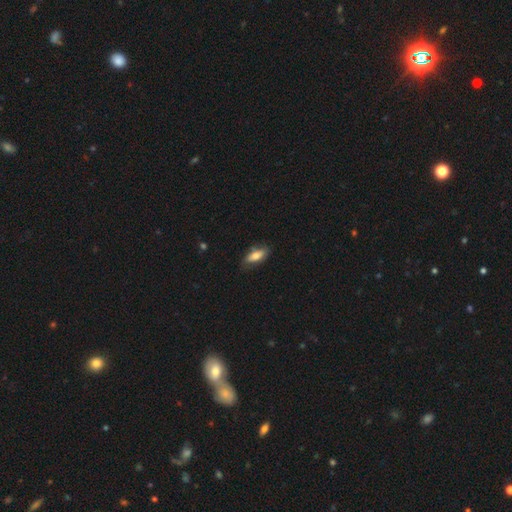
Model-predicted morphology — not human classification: Smooth or featured?
  - smooth: 69% *
  - featured or disk: 25%
  - star or artifact: 7%
How rounded?
  - in between: 75% *
  - cigar-shaped: 22%
  - round: 3%
Merging?
  - none: 74% *
  - minor disturbance: 21%
  - major disturbance: 4%
  - merger: 1%